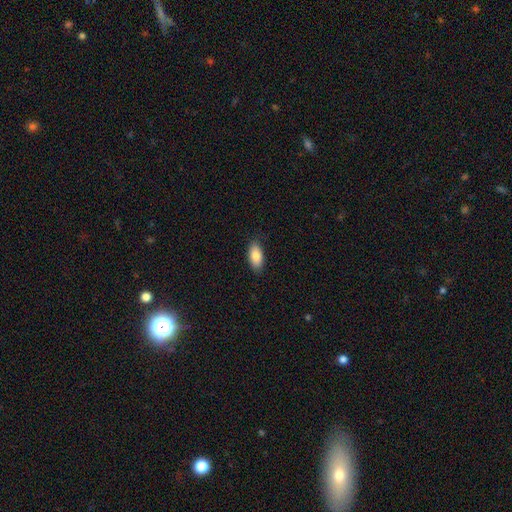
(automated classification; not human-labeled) Morphology: type=smooth (85%); roundness=in between (91%); merging=none (86%).